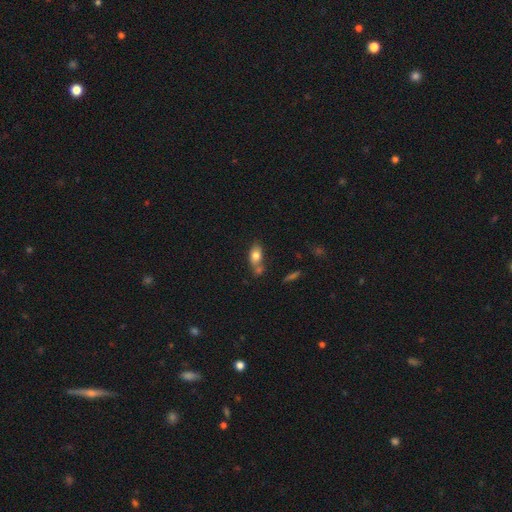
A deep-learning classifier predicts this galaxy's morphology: A smooth galaxy with no disk features (75%) that is in between round and cigar-shaped (80%). Merging: none (47%).